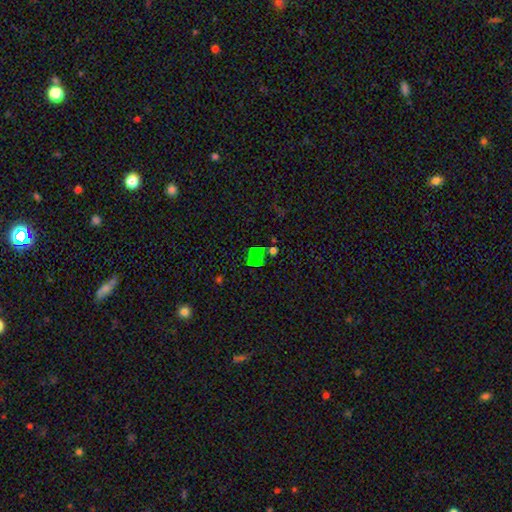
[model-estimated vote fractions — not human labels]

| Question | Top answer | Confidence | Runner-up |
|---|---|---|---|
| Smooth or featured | star or artifact | 58% | smooth (32%) |